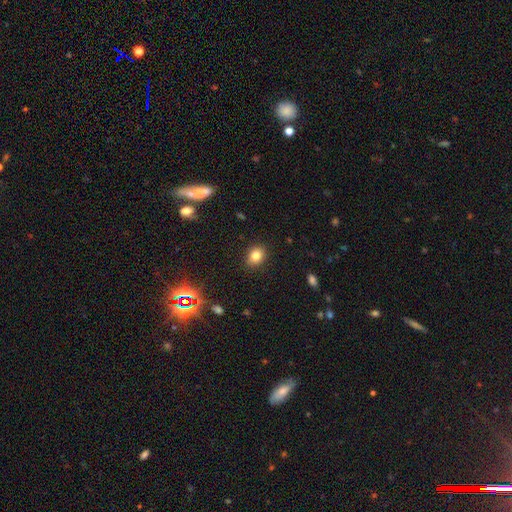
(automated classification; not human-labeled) Smooth or featured? smooth (80%)
How rounded? in between (57%)
Merging? none (87%)